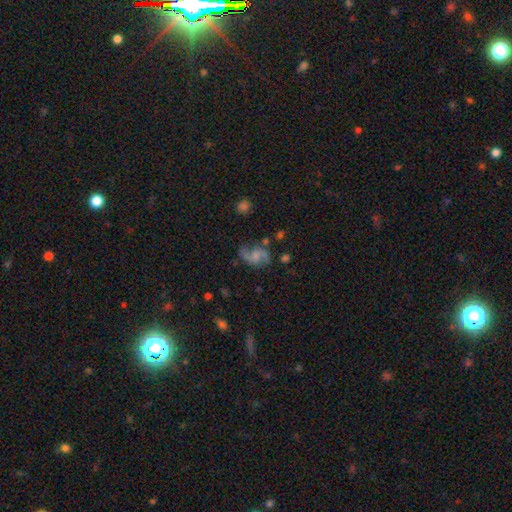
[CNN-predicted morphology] Q: Smooth or featured?
A: featured or disk (69%); runner-up: smooth (21%)
Q: Edge-on disk?
A: no (97%); runner-up: yes (3%)
Q: Bar?
A: no (57%); runner-up: weak (35%)
Q: Spiral arms?
A: yes (92%); runner-up: no (8%)
Q: Spiral winding?
A: loose (67%); runner-up: medium (27%)
Q: Spiral arm count?
A: 2 (88%); runner-up: 1 (5%)
Q: Bulge size?
A: none (40%); runner-up: small (29%)
Q: Merging?
A: none (57%); runner-up: minor disturbance (22%)